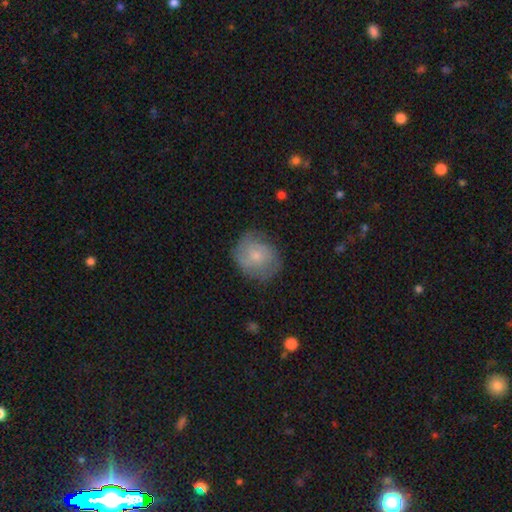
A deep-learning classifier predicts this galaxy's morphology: Smooth or featured? Predicted: smooth (p=0.57). How rounded? Predicted: round (p=0.75). Merging? Predicted: none (p=0.65).